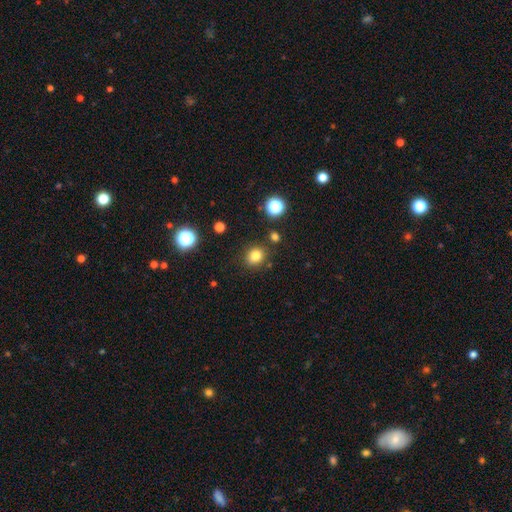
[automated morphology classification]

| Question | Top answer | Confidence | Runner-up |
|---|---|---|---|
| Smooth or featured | smooth | 80% | star or artifact (14%) |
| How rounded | round | 72% | in between (27%) |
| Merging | none | 83% | minor disturbance (10%) |